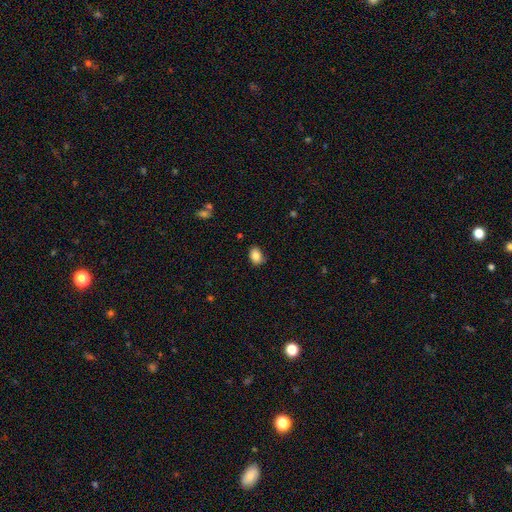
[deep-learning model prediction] Smooth or featured? smooth (85%)
How rounded? in between (78%)
Merging? none (79%)